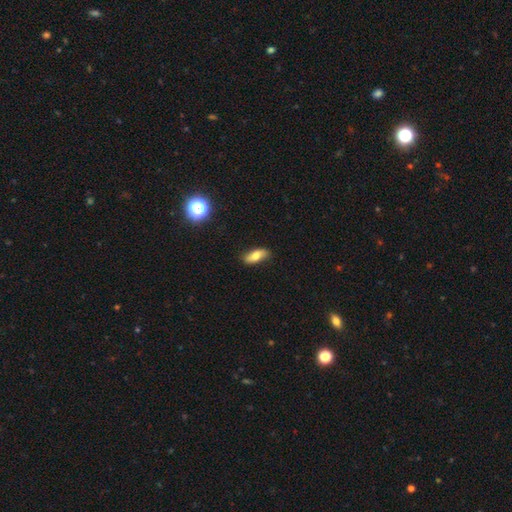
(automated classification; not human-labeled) smooth-or-featured: smooth: 72% | featured or disk: 20% | star or artifact: 8%
  how-rounded: in between: 75% | cigar-shaped: 22% | round: 3%
  merging: none: 84% | minor disturbance: 13% | major disturbance: 2% | merger: 1%